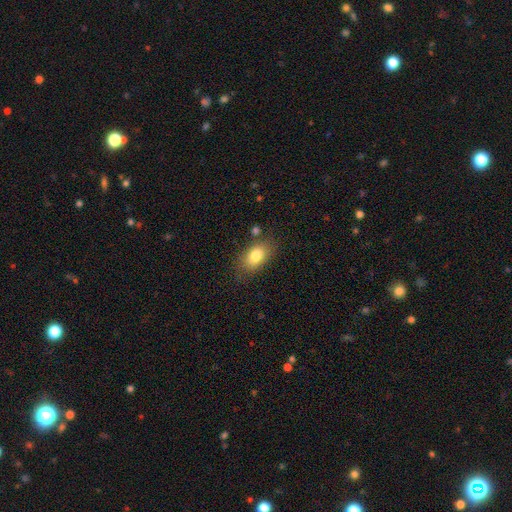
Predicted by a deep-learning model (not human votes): Morphology: type=smooth (81%); roundness=in between (88%); merging=none (75%).